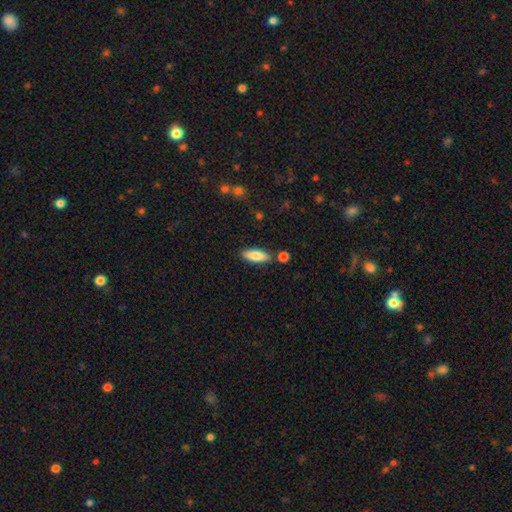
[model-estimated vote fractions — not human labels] Q: Smooth or featured?
A: smooth (81%); runner-up: featured or disk (13%)
Q: How rounded?
A: in between (62%); runner-up: cigar-shaped (35%)
Q: Merging?
A: none (81%); runner-up: minor disturbance (10%)